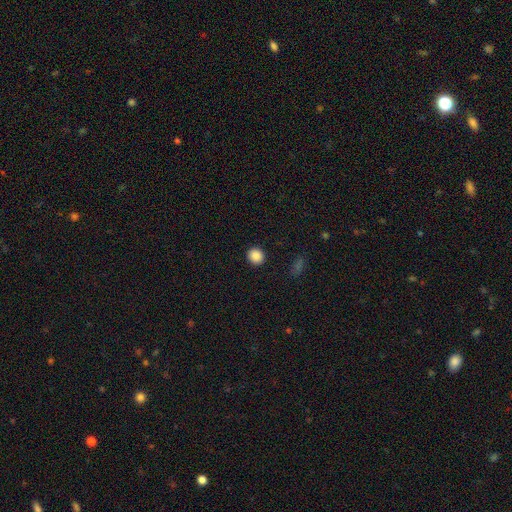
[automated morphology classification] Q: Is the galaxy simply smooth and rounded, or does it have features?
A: smooth — 88%.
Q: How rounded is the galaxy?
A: round — 84%.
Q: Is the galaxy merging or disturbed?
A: none — 92%.